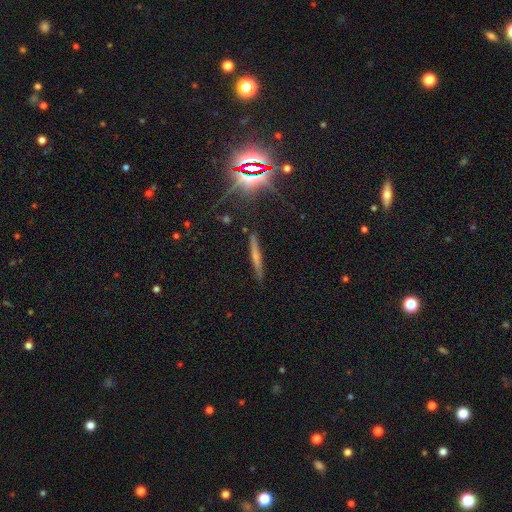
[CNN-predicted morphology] This appears to be a featured or disk galaxy (42%). Merging: none (85%).